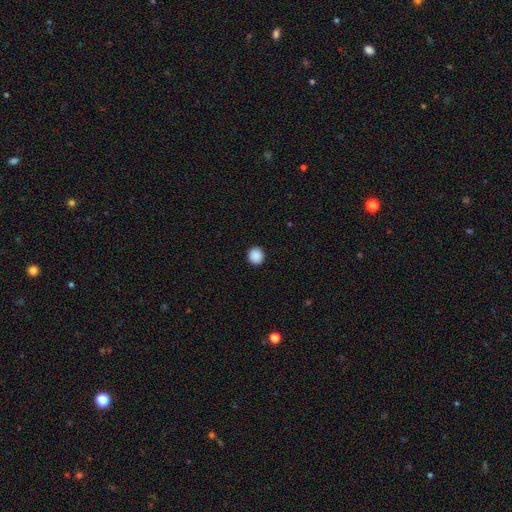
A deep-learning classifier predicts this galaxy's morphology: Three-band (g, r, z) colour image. It shows a smooth galaxy with no disk features (89%) that is round (88%). Merging: none (93%).